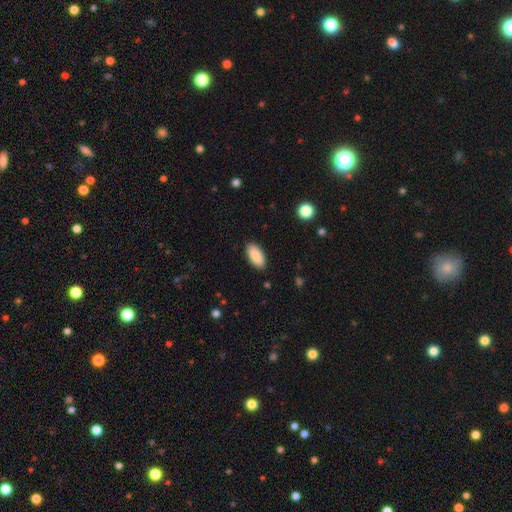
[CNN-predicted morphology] This appears to be a smooth galaxy with no disk features (90%) that is in between round and cigar-shaped (90%). Merging: none (89%).